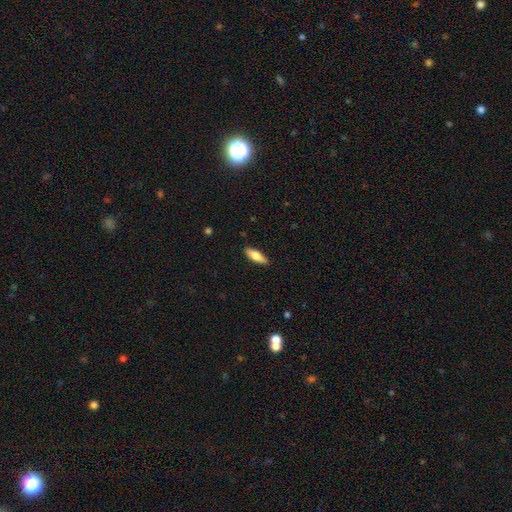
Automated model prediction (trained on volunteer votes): Smooth or featured: smooth — 76% (featured or disk — 19%)
How rounded: in between — 57% (cigar-shaped — 41%)
Merging: none — 89% (minor disturbance — 8%)